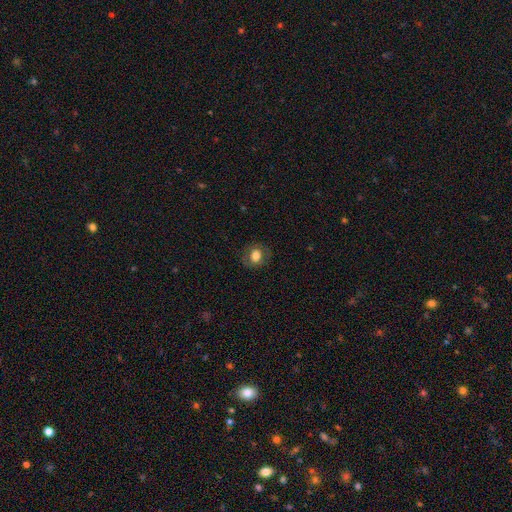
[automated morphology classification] Q: Smooth or featured?
A: smooth (73%); runner-up: featured or disk (18%)
Q: How rounded?
A: round (65%); runner-up: in between (34%)
Q: Merging?
A: none (81%); runner-up: minor disturbance (12%)